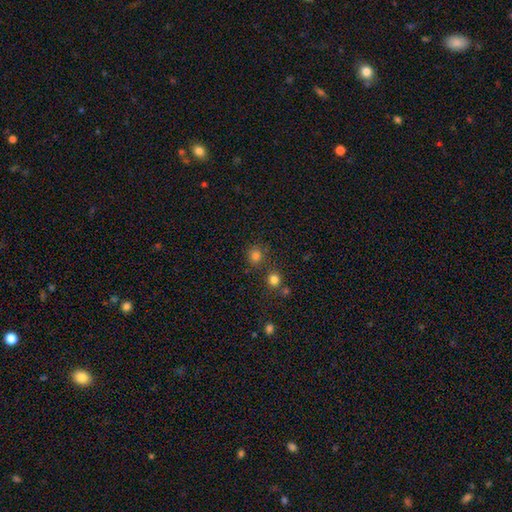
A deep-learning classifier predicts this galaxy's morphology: Q: Smooth or featured?
A: smooth (77%); runner-up: star or artifact (18%)
Q: How rounded?
A: round (85%); runner-up: in between (14%)
Q: Merging?
A: none (74%); runner-up: merger (12%)